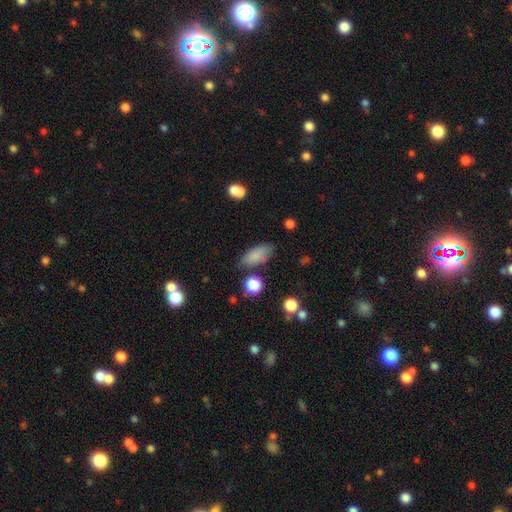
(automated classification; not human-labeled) Smooth or featured? smooth (81%)
How rounded? in between (83%)
Merging? none (69%)